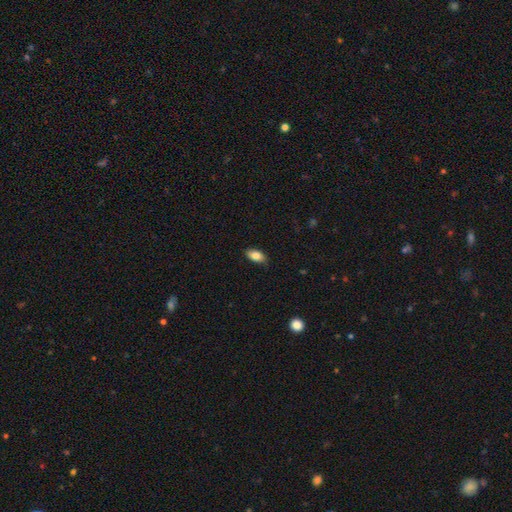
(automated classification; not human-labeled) The model was most divided on "smooth or featured": smooth: 83%, featured or disk: 10%, star or artifact: 7%. More confident: how rounded — in between (91%); merging — none (86%).